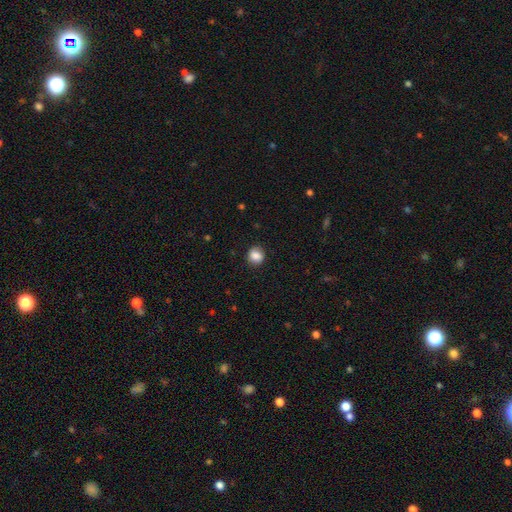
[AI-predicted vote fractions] A smooth galaxy with no disk features (85%) that is round (81%). Merging: none (87%).